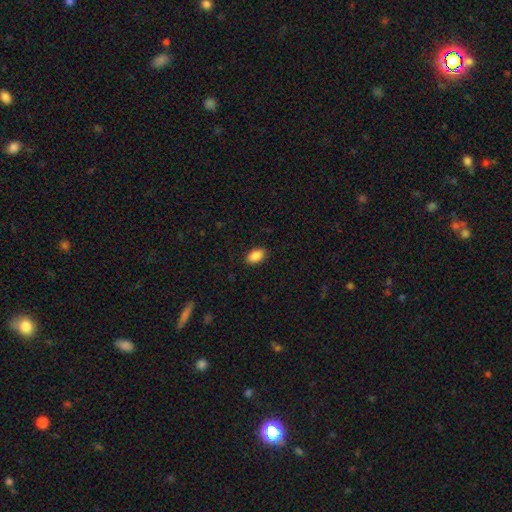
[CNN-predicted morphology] Overall: smooth (90%). How rounded: in between (92%). Merging: none (88%).